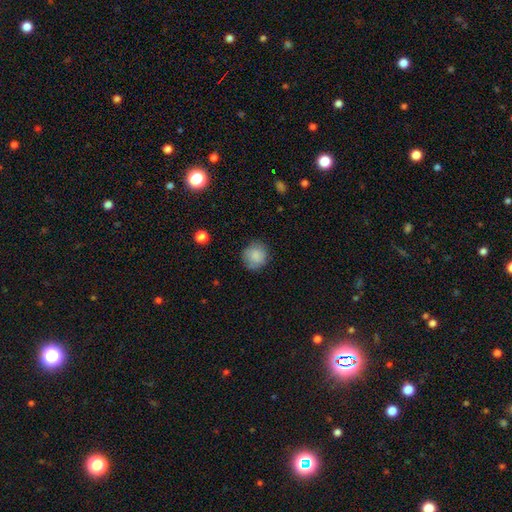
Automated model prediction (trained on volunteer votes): smooth-or-featured: smooth: 86% | star or artifact: 8% | featured or disk: 7%
  how-rounded: round: 90% | in between: 9% | cigar-shaped: 1%
  merging: none: 81% | minor disturbance: 14% | major disturbance: 3% | merger: 1%